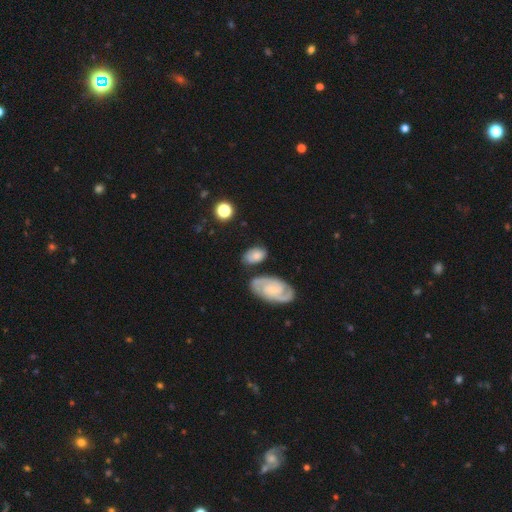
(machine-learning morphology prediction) The model was most divided on "smooth or featured": smooth: 55%, featured or disk: 38%, star or artifact: 7%. More confident: how rounded — in between (83%); merging — none (69%).